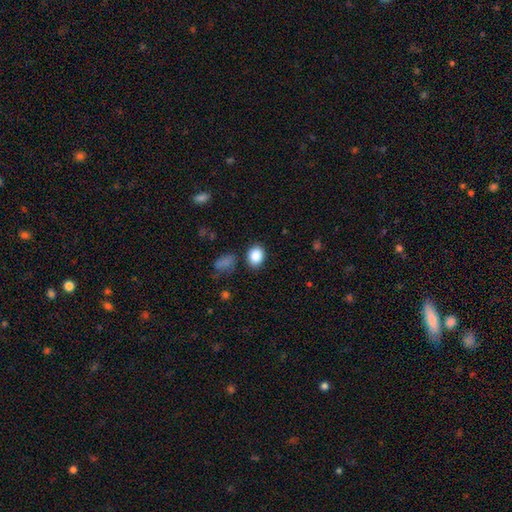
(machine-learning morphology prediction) smooth 87%, star or artifact 9%, featured or disk 4%. Down the decision tree: how rounded — in between (58%); merging — none (82%).